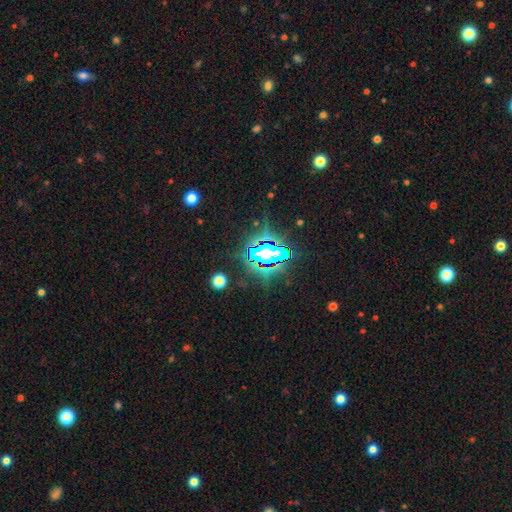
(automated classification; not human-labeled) The model was most divided on "smooth or featured": star or artifact: 82%, smooth: 10%, featured or disk: 7%.